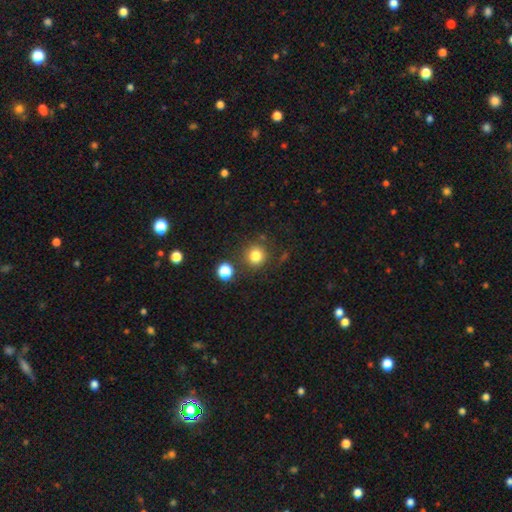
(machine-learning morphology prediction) Smooth or featured? smooth (81%)
How rounded? round (90%)
Merging? none (82%)